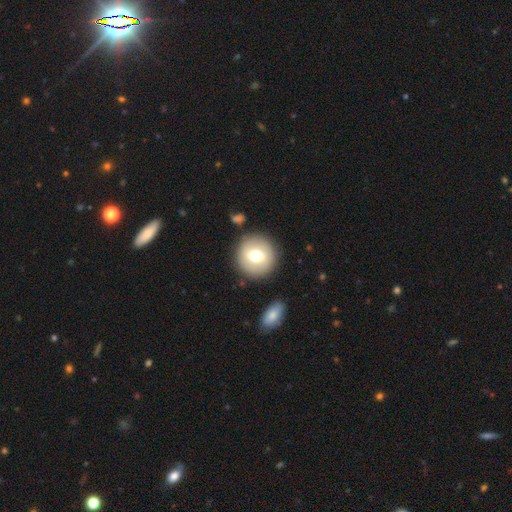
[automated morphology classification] type=smooth (68%); roundness=round (94%); merging=none (87%).